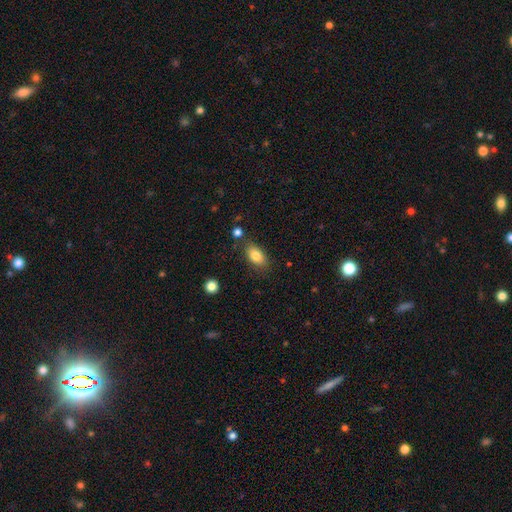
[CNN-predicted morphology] smooth_or_featured: smooth (p=0.82) [alt: featured or disk p=0.10]
how_rounded: in between (p=0.89) [alt: round p=0.08]
merging: none (p=0.78) [alt: minor disturbance p=0.14]